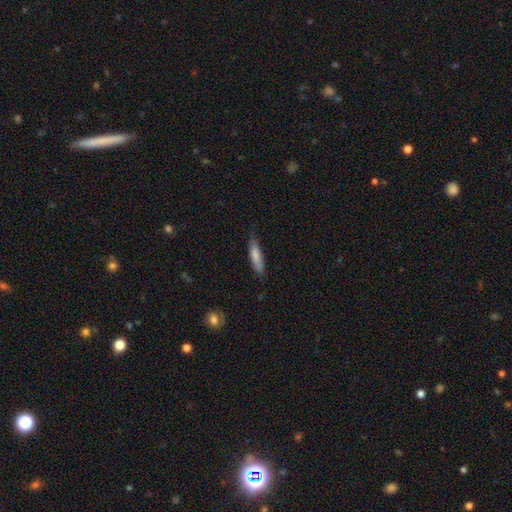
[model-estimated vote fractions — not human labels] Smooth or featured? Predicted: smooth (p=0.78). How rounded? Predicted: cigar-shaped (p=0.73). Merging? Predicted: none (p=0.75).